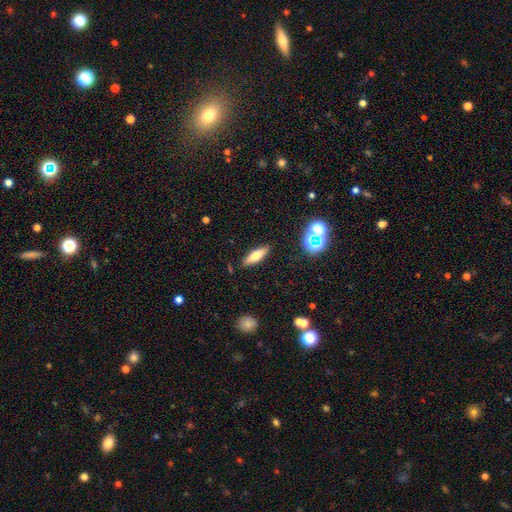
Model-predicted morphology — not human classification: The model was most divided on "how rounded": cigar-shaped: 54%, in between: 43%, round: 3%. More confident: merging — none (87%); smooth or featured — smooth (62%).